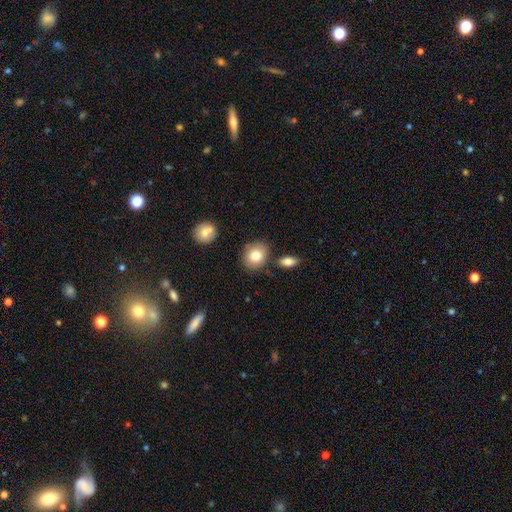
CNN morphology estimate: Smooth or featured? Predicted: smooth (p=0.81). How rounded? Predicted: round (p=0.58). Merging? Predicted: none (p=0.78).